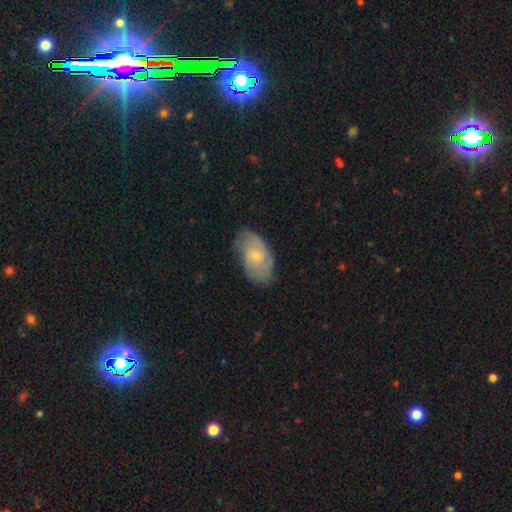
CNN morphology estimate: smooth_or_featured: featured or disk (p=0.58) [alt: smooth p=0.36]
disk_edge_on: no (p=0.96) [alt: yes p=0.04]
bar: no (p=0.64) [alt: weak p=0.32]
has_spiral_arms: yes (p=0.87) [alt: no p=0.13]
bulge_size: small (p=0.61) [alt: moderate p=0.29]
merging: none (p=0.71) [alt: minor disturbance p=0.22]